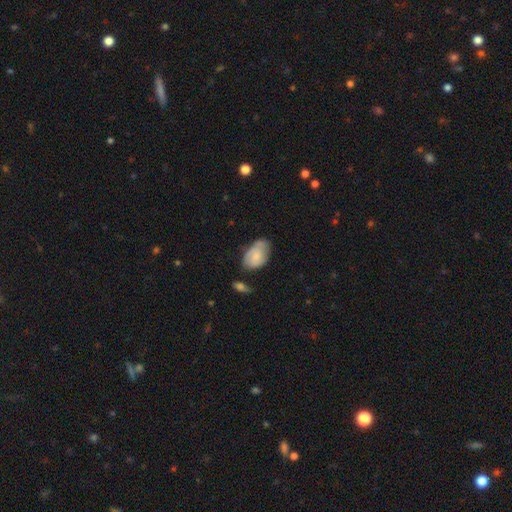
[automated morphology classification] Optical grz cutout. It shows a smooth galaxy with no disk features (59%) that is in between round and cigar-shaped (90%). Merging: none (48%).